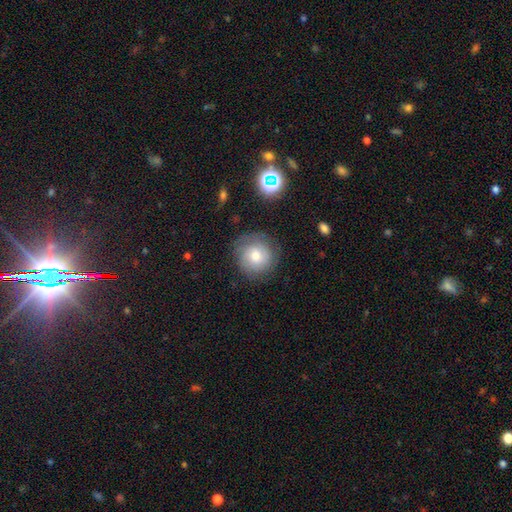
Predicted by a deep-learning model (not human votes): A smooth galaxy with no disk features (55%) that is round (92%). Merging: none (78%).